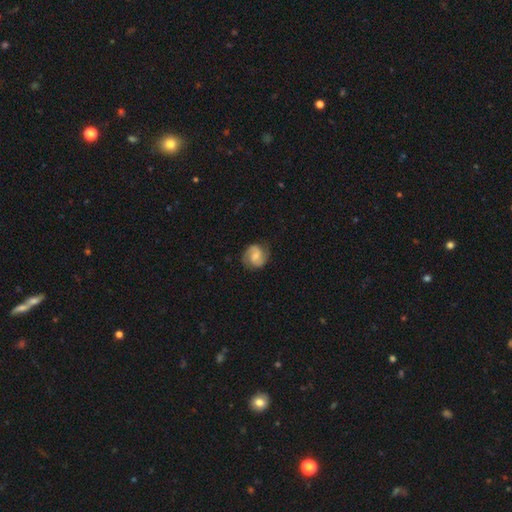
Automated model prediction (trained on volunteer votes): This appears to be a featured or disk galaxy (64%) with a weak bar (50%), 2 (87%) medium (48%) spiral arms (93%) and a small central bulge (38%, tied with moderate). Merging: none (78%).